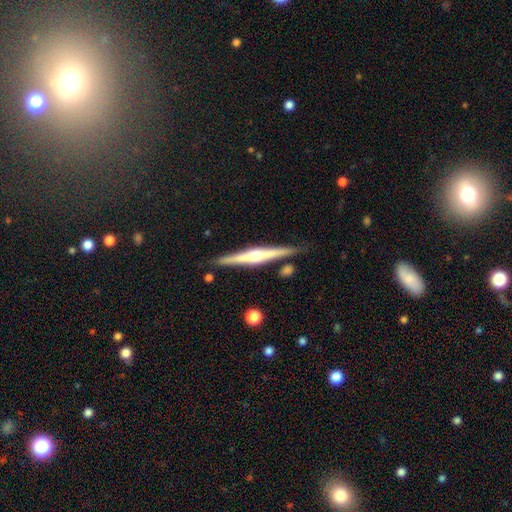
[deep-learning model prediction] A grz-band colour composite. It shows a featured or disk galaxy (77%) viewed edge-on (98%) with a rounded central bulge (89%). Merging: none (86%).